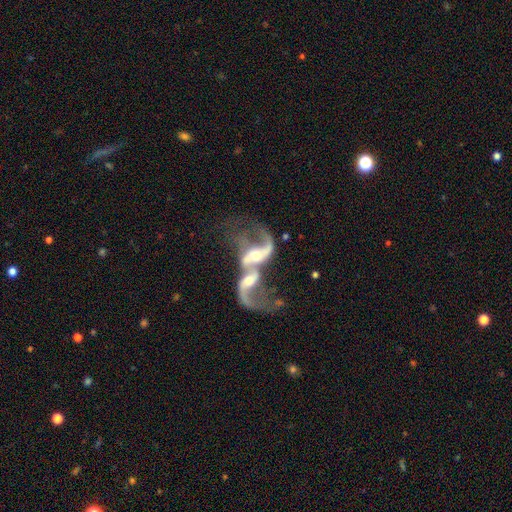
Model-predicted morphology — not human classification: Overall: featured or disk (83%). Edge-on disk: no (96%). Bar: no (48%; weak 34%). Spiral arms: yes (85%). Spiral arm count: 2 (68%). Spiral winding: loose (79%). Bulge size: moderate (54%; small 30%). Merging: merger (80%).